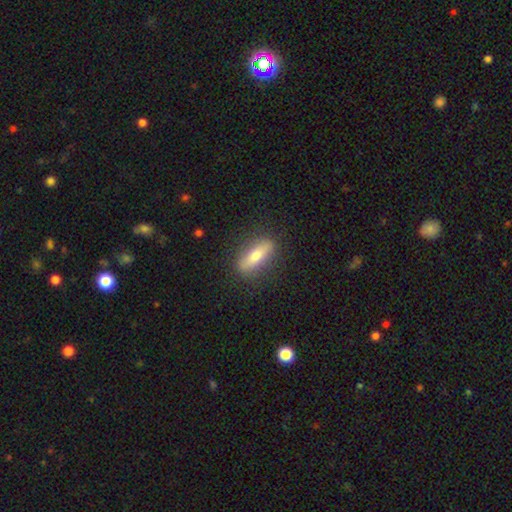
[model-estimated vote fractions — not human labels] A smooth galaxy with no disk features (62%) that is cigar-shaped (54%). Merging: none (86%).